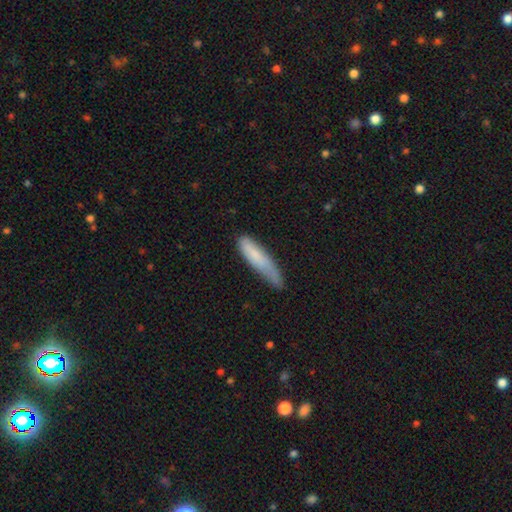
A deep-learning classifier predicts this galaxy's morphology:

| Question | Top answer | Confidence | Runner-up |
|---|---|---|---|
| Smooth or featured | smooth | 77% | featured or disk (17%) |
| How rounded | cigar-shaped | 78% | in between (21%) |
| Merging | none | 42% | minor disturbance (41%) |